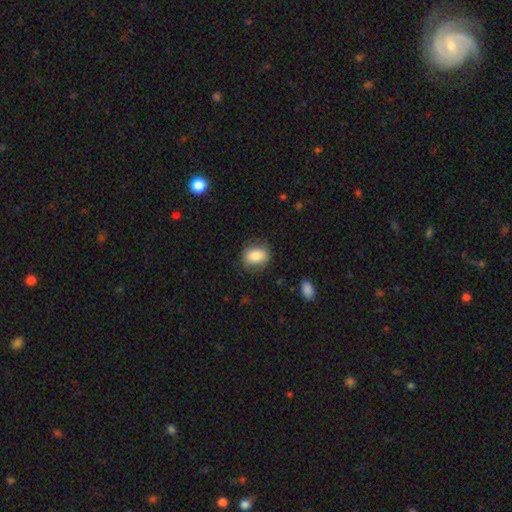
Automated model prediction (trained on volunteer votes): Smooth or featured? Predicted: smooth (p=0.83). How rounded? Predicted: in between (p=0.63). Merging? Predicted: none (p=0.76).